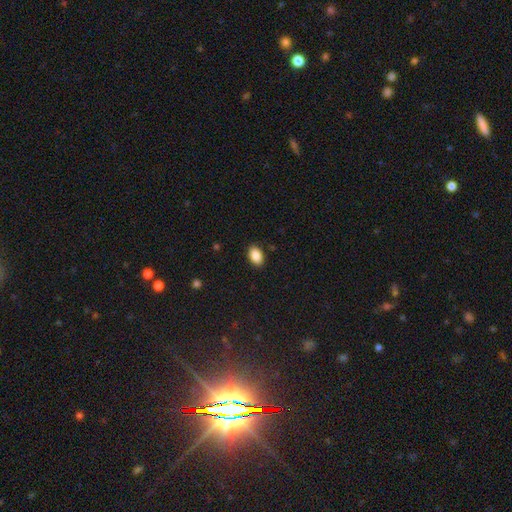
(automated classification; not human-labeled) Overall: smooth (88%). How rounded: in between (89%). Merging: none (89%).